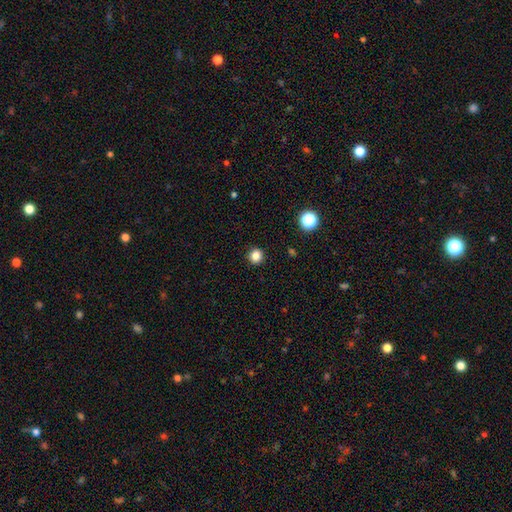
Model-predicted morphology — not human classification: Smooth or featured? smooth (84%)
How rounded? round (93%)
Merging? none (92%)